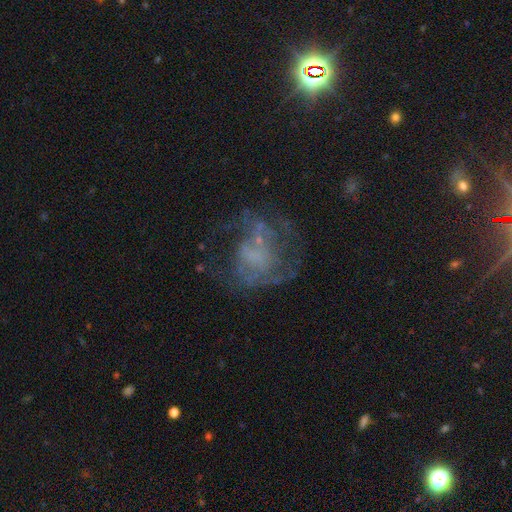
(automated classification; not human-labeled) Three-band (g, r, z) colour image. It shows a featured or disk galaxy (63%) with no bar (72%), spiral arms (50%, tied with no) and no central bulge (56%). Merging: none (46%).